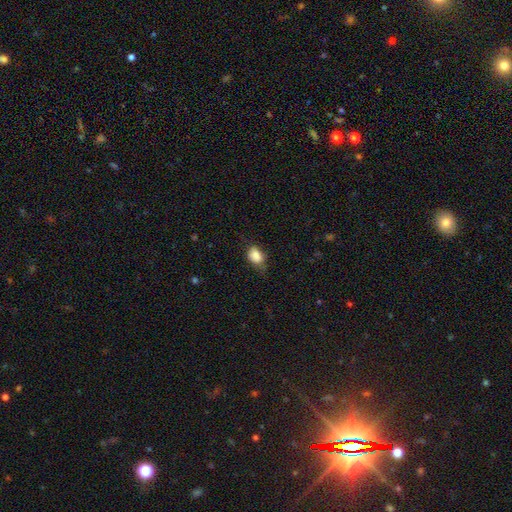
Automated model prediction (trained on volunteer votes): Smooth or featured? Predicted: smooth (p=0.85). How rounded? Predicted: in between (p=0.72). Merging? Predicted: none (p=0.51).